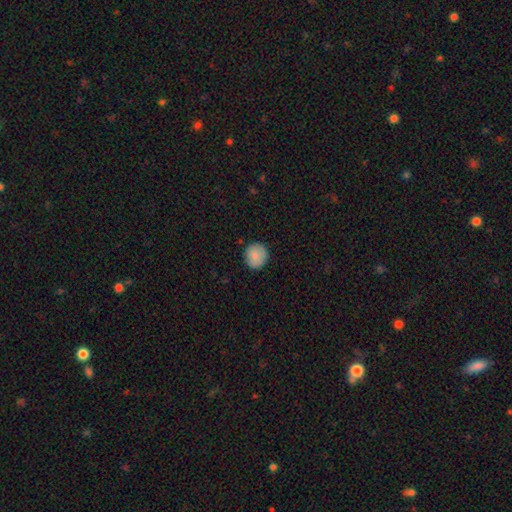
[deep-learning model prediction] A smooth galaxy with no disk features (86%) that is round (87%).

Vote fractions:
- Smooth or featured? smooth: 86% / star or artifact: 7% / featured or disk: 7%
- How rounded? round: 87% / in between: 12% / cigar-shaped: 1%
- Merging? none: 85% / minor disturbance: 11% / major disturbance: 2% / merger: 1%